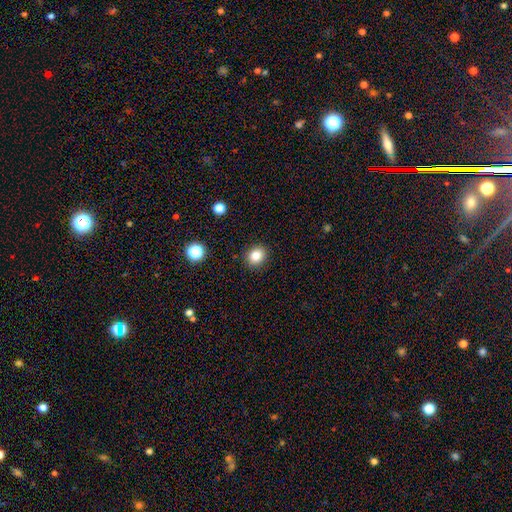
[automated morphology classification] type=smooth (83%); roundness=round (71%); merging=none (90%).